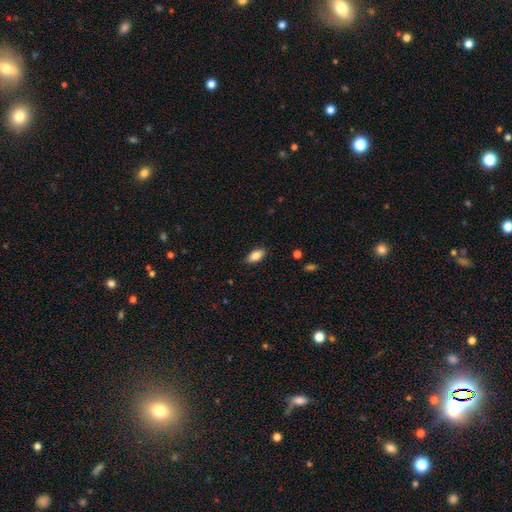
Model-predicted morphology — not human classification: A smooth galaxy with no disk features (85%) that is in between round and cigar-shaped (90%). Merging: none (85%).